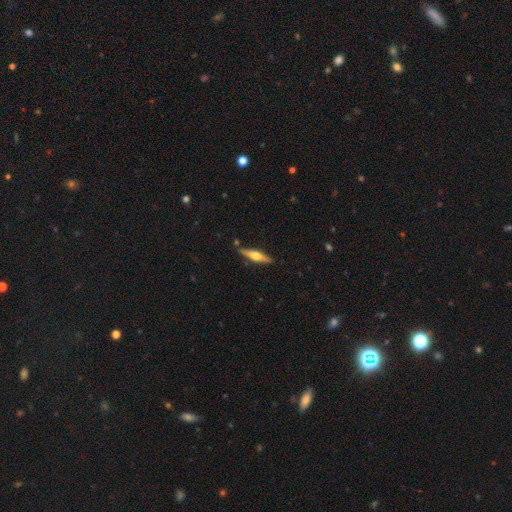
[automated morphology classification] Q: Smooth or featured?
A: featured or disk (64%); runner-up: smooth (31%)
Q: Edge-on disk?
A: yes (96%); runner-up: no (4%)
Q: Edge-on bulge?
A: rounded (93%); runner-up: boxy (4%)
Q: Merging?
A: none (86%); runner-up: minor disturbance (9%)